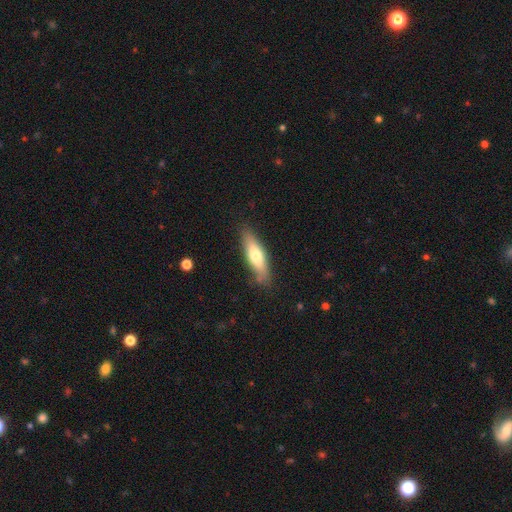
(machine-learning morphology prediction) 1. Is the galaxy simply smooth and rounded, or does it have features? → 63% smooth, 31% featured or disk, 6% star or artifact.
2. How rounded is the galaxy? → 59% cigar-shaped, 39% in between, 2% round.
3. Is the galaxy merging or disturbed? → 81% none, 14% minor disturbance, 3% major disturbance, 2% merger.